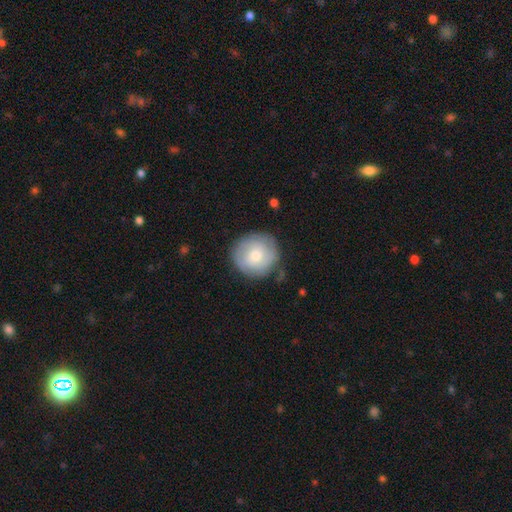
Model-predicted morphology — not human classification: A smooth galaxy with no disk features (60%) that is round (93%).

Vote fractions:
- Smooth or featured? smooth: 60% / featured or disk: 33% / star or artifact: 7%
- How rounded? round: 93% / in between: 6% / cigar-shaped: 1%
- Merging? none: 80% / minor disturbance: 15% / major disturbance: 4% / merger: 2%